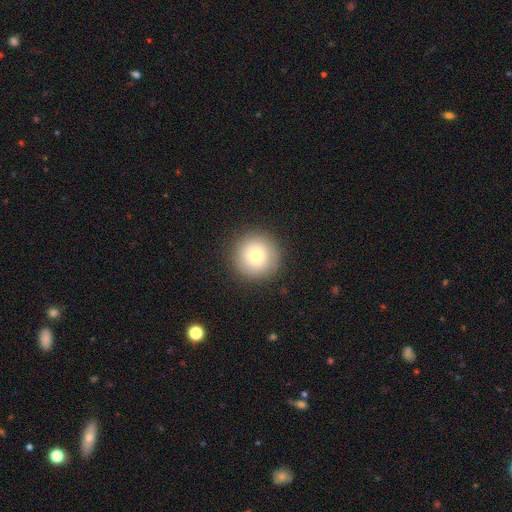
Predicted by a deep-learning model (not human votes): A smooth galaxy with no disk features (75%) that is round (96%).

Vote fractions:
- Smooth or featured? smooth: 75% / featured or disk: 14% / star or artifact: 11%
- How rounded? round: 96% / in between: 3% / cigar-shaped: 1%
- Merging? none: 90% / minor disturbance: 7% / major disturbance: 3% / merger: 1%